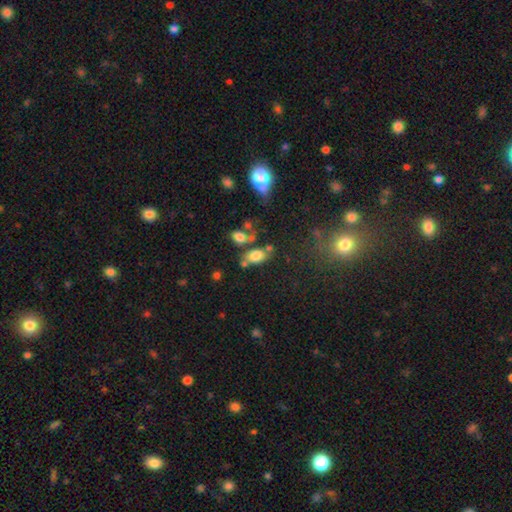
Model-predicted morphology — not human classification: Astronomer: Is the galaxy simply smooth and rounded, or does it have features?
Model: smooth — 77%.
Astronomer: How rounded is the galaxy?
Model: in between — 88%.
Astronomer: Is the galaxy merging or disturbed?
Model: none — 56%.